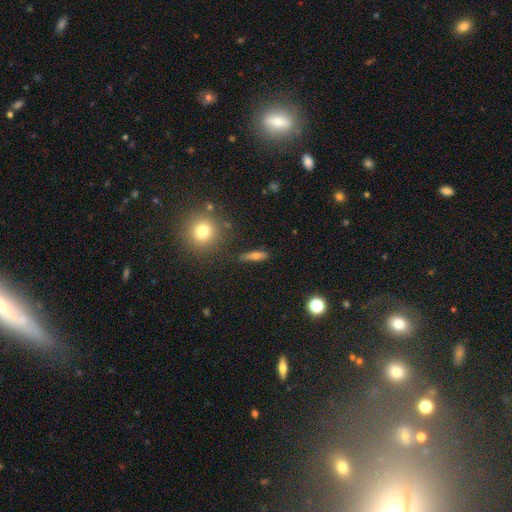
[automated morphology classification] A smooth galaxy with no disk features (59%) that is cigar-shaped (66%).

Vote fractions:
- Smooth or featured? smooth: 59% / featured or disk: 30% / star or artifact: 12%
- How rounded? cigar-shaped: 66% / in between: 26% / round: 8%
- Merging? none: 82% / minor disturbance: 12% / major disturbance: 4% / merger: 3%